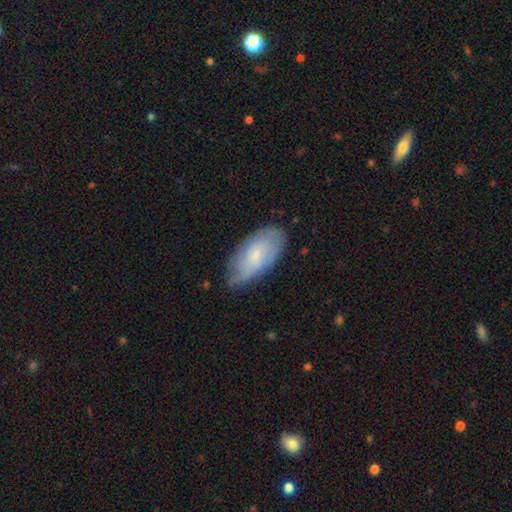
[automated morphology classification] Smooth or featured? Predicted: smooth (p=0.57). How rounded? Predicted: in between (p=0.91). Merging? Predicted: none (p=0.68).